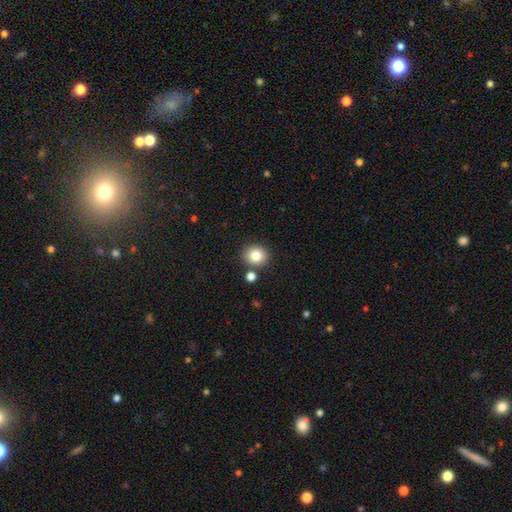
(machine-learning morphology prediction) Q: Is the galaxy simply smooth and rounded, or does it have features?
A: smooth — 83%.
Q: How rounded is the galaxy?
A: round — 80%.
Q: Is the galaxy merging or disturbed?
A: none — 82%.